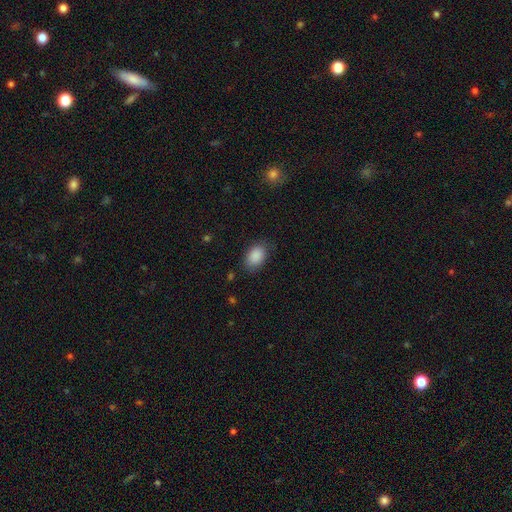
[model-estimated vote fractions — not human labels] A smooth galaxy with no disk features (89%) that is in between round and cigar-shaped (85%). Merging: none (80%).